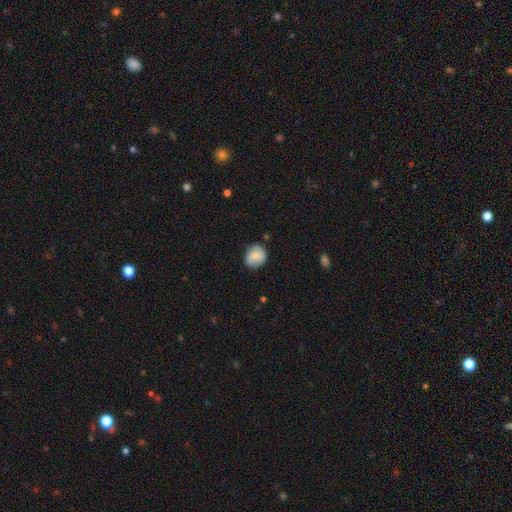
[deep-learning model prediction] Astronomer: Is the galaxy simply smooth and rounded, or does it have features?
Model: smooth — 69%.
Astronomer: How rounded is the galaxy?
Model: round — 72%.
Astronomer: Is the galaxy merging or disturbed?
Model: none — 72%.